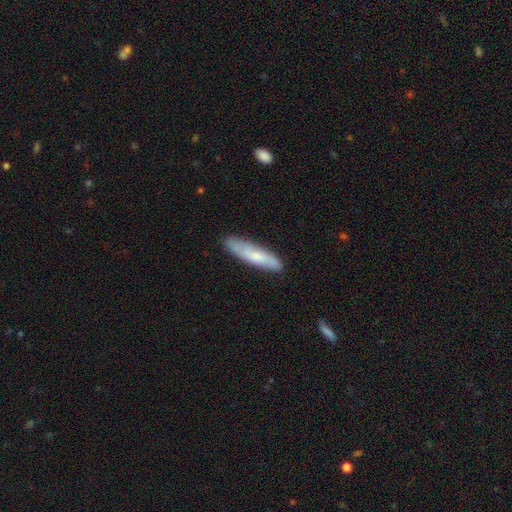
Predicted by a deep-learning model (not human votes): Smooth or featured? Predicted: smooth (p=0.64). How rounded? Predicted: cigar-shaped (p=0.77). Merging? Predicted: none (p=0.83).